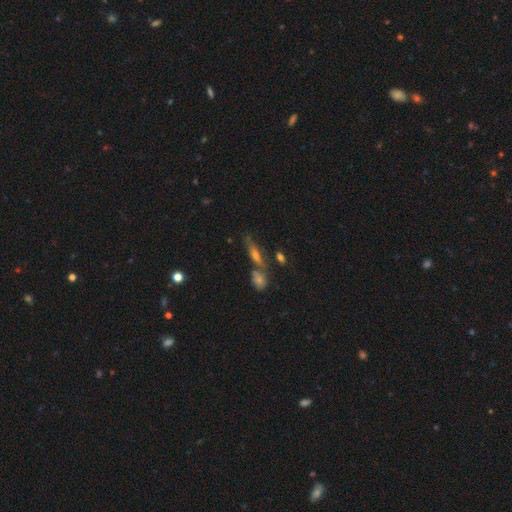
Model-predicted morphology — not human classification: featured or disk 52%, smooth 32%, star or artifact 15%. Down the decision tree: edge-on disk — yes (82%); merging — none (58%).